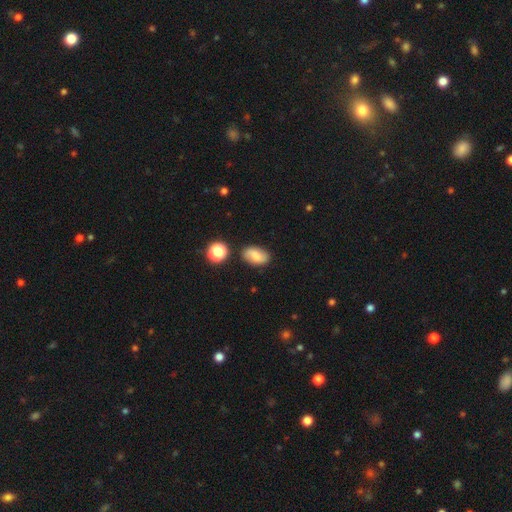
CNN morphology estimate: A smooth galaxy with no disk features (65%) that is in between round and cigar-shaped (87%).

Vote fractions:
- Smooth or featured? smooth: 65% / featured or disk: 24% / star or artifact: 11%
- How rounded? in between: 87% / round: 11% / cigar-shaped: 2%
- Merging? none: 80% / minor disturbance: 13% / merger: 4% / major disturbance: 3%